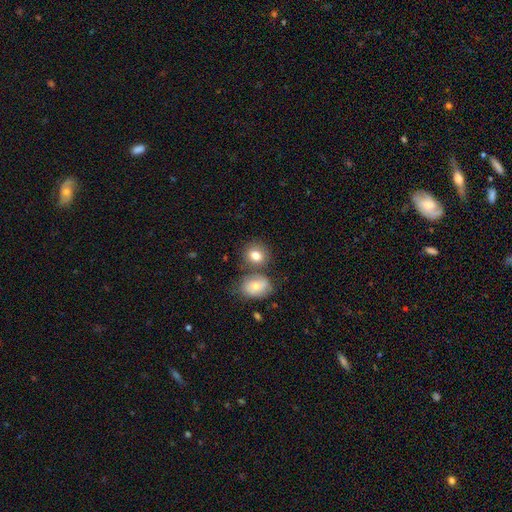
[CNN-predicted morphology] Smooth or featured: smooth — 80% (featured or disk — 11%)
How rounded: round — 65% (in between — 34%)
Merging: none — 61% (merger — 23%)